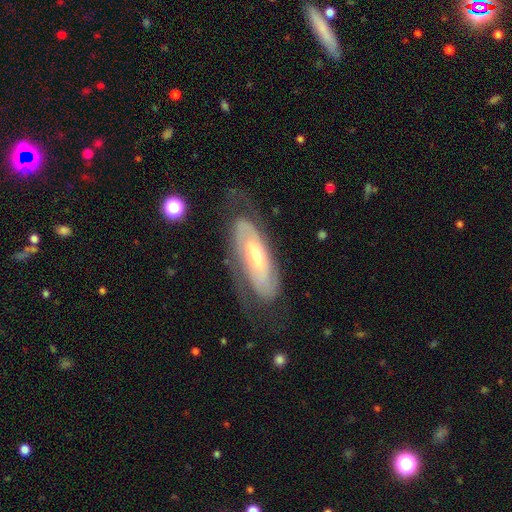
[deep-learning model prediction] Morphology: type=featured or disk (76%); edge-on=no (86%); bar=no (57%); spiral arms=yes (86%); winding=tight (57%); arm count=2 (54%); bulge=moderate (53%); merging=none (64%).